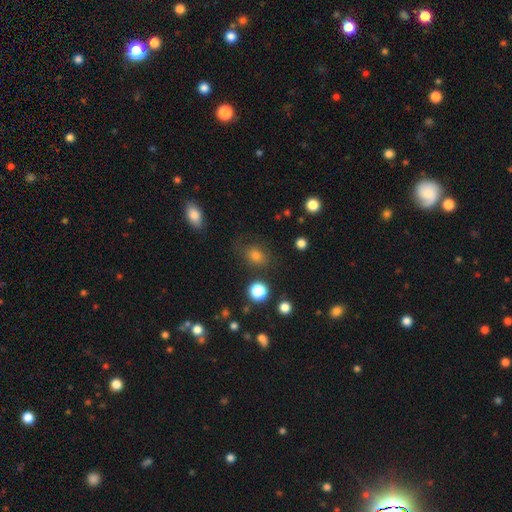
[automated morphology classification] Smooth or featured: smooth — 74% (star or artifact — 16%)
How rounded: round — 51% (in between — 48%)
Merging: none — 72% (minor disturbance — 17%)